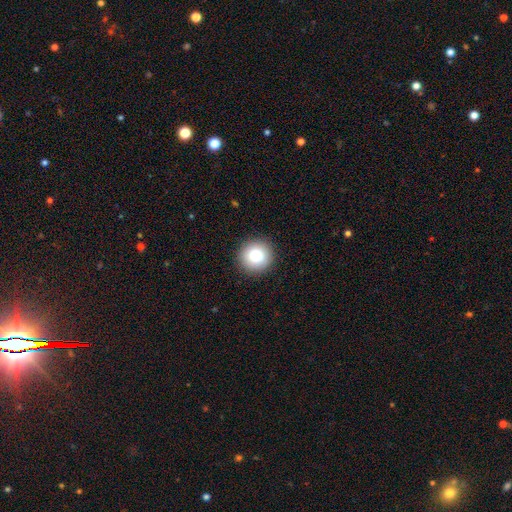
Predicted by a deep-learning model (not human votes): This appears to be a smooth galaxy with no disk features (85%) that is round (93%). Merging: none (92%).